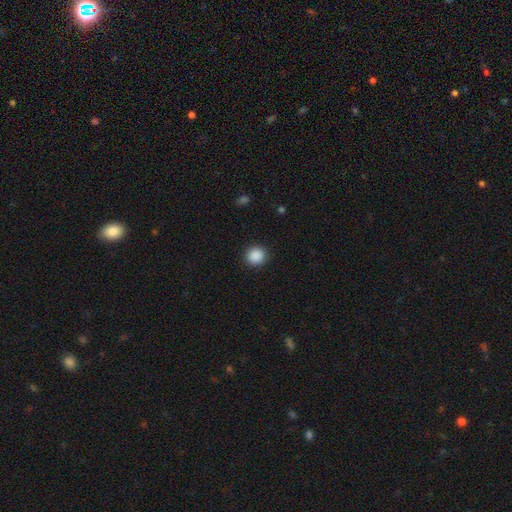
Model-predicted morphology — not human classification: smooth_or_featured: smooth (p=0.89) [alt: star or artifact p=0.09]
how_rounded: round (p=0.92) [alt: in between p=0.07]
merging: none (p=0.92) [alt: minor disturbance p=0.05]